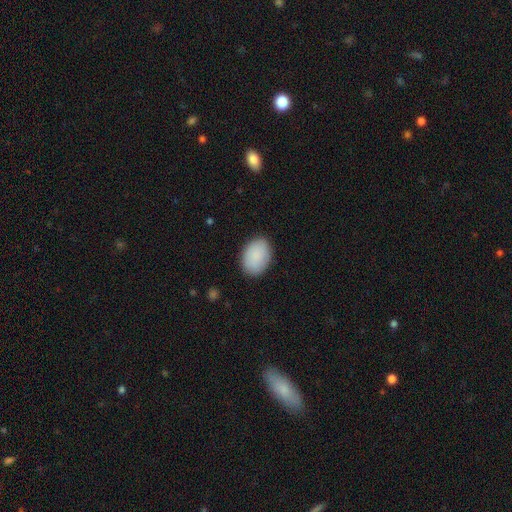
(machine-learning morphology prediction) Smooth or featured? smooth (89%)
How rounded? in between (83%)
Merging? none (87%)